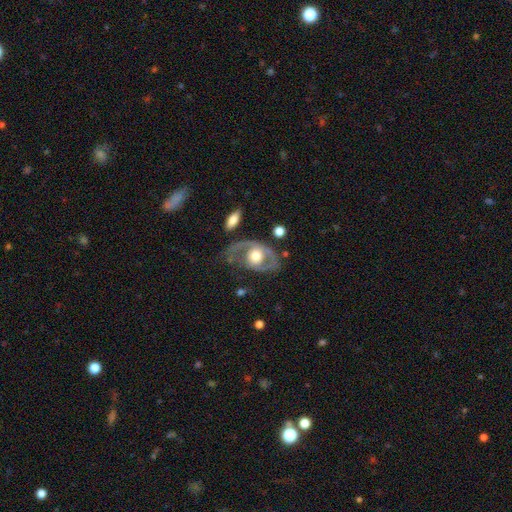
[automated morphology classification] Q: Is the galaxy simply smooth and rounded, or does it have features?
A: featured or disk — 70%.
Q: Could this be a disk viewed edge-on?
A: no — 94%.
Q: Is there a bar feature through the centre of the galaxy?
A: no — 77%.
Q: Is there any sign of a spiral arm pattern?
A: yes — 60%.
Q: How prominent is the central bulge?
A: moderate — 52%.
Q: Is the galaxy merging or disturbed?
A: none — 51%.